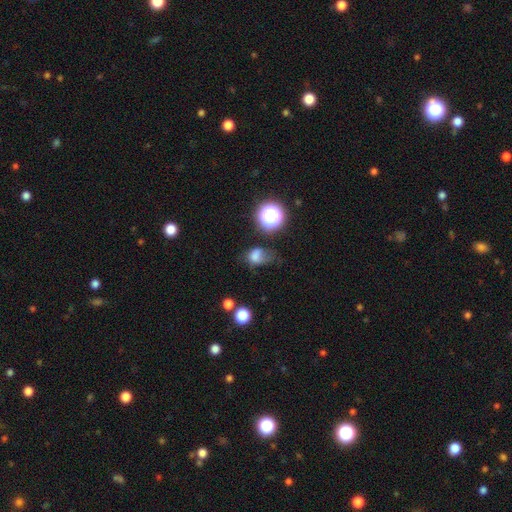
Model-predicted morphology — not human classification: Q: Smooth or featured?
A: smooth (68%); runner-up: star or artifact (17%)
Q: How rounded?
A: in between (56%); runner-up: round (42%)
Q: Merging?
A: major disturbance (33%); runner-up: minor disturbance (32%)